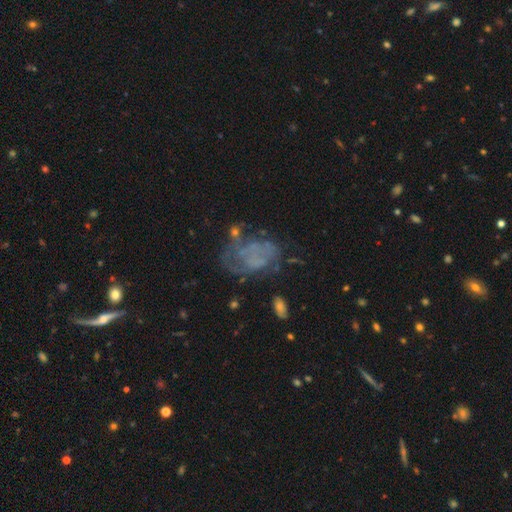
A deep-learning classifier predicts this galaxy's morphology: This is likely a featured or disk galaxy (60%). It is clearly not viewed edge-on (98%). Bar: clearly no (83%). Spiral arm pattern: possibly no (58%). Central bulge: likely none (77%). Merging: marginally none (40%).